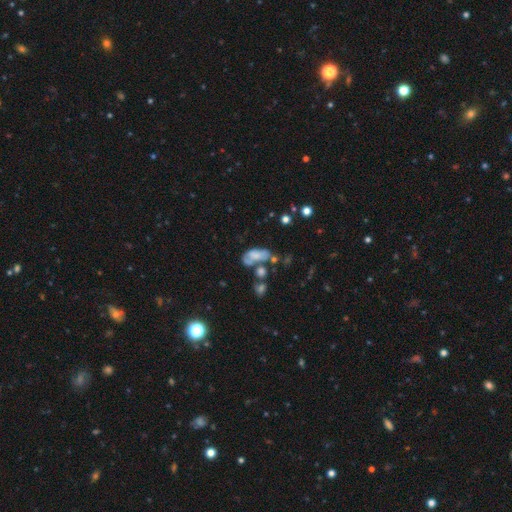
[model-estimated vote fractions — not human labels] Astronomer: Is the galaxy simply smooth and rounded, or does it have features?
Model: smooth — 55% (runner-up: featured or disk, 33%).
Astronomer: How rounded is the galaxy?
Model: in between — 89%.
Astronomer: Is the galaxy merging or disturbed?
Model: merger — 32% (runner-up: none, 25%).